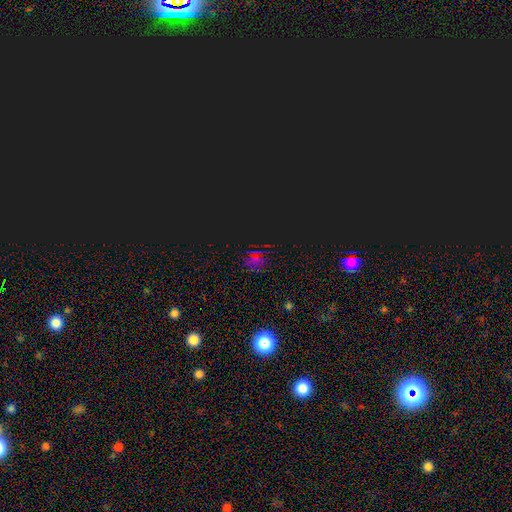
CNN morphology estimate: Q: Smooth or featured?
A: star or artifact (69%); runner-up: smooth (23%)